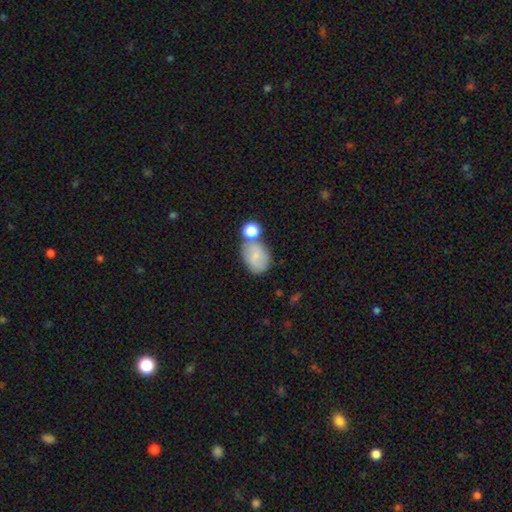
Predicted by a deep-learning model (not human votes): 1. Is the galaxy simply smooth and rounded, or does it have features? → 70% smooth, 20% featured or disk, 10% star or artifact.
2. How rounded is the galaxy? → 65% in between, 34% round, 1% cigar-shaped.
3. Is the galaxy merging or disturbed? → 52% none, 23% merger, 18% minor disturbance, 6% major disturbance.